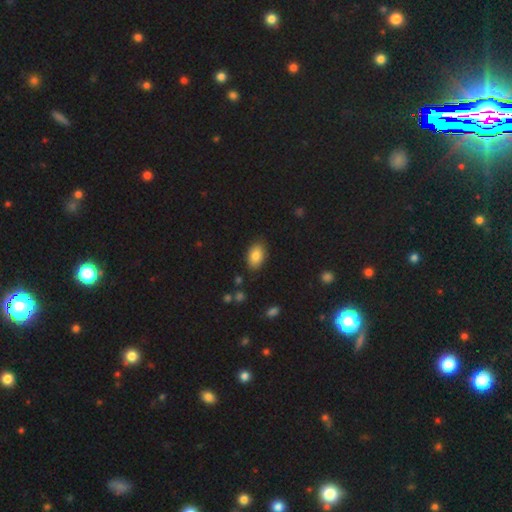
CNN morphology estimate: Overall: smooth (84%). How rounded: in between (90%). Merging: none (85%).